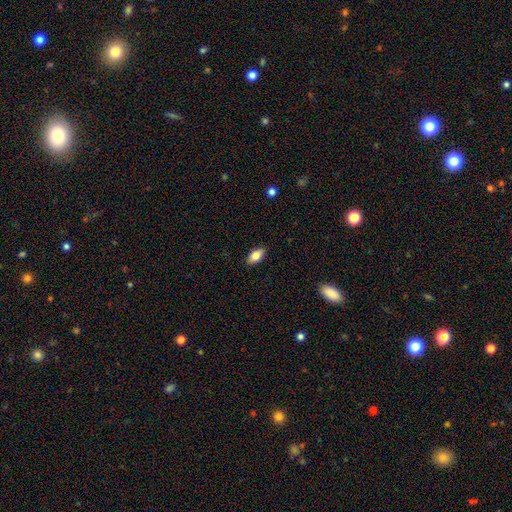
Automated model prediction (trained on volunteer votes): smooth-or-featured: smooth: 80% | featured or disk: 13% | star or artifact: 7%
  how-rounded: in between: 90% | cigar-shaped: 7% | round: 4%
  merging: none: 89% | minor disturbance: 8% | major disturbance: 2% | merger: 1%